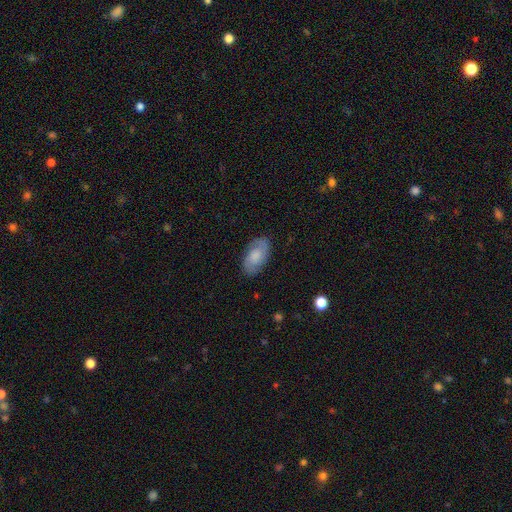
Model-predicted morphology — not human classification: The model was most divided on "bulge size": small: 29%, moderate: 28%, none: 27%, large: 13%, dominant: 2%. More confident: edge-on disk — no (95%); spiral arms — yes (88%); merging — none (82%); bar — no (64%); smooth or featured — featured or disk (56%).